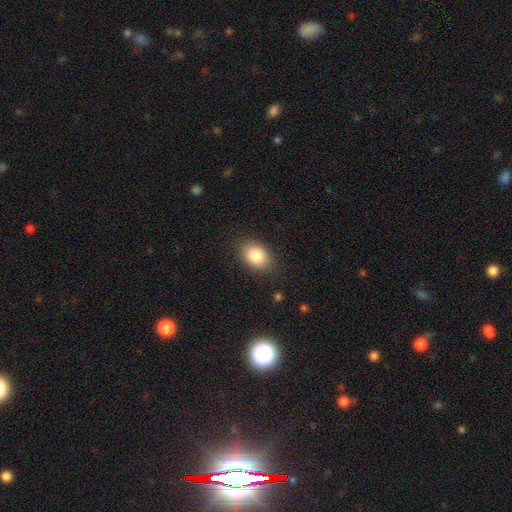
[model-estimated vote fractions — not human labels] Q: Smooth or featured?
A: smooth (85%); runner-up: star or artifact (8%)
Q: How rounded?
A: in between (70%); runner-up: round (29%)
Q: Merging?
A: none (84%); runner-up: minor disturbance (11%)